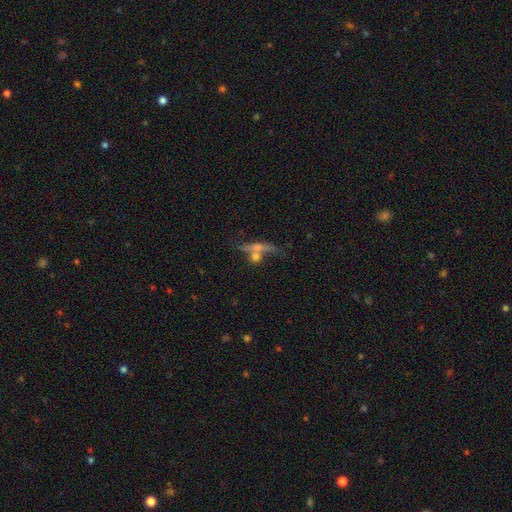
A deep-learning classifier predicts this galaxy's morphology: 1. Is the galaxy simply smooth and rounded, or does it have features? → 48% smooth, 41% featured or disk, 11% star or artifact.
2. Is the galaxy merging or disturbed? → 42% none, 38% merger, 12% minor disturbance, 8% major disturbance.